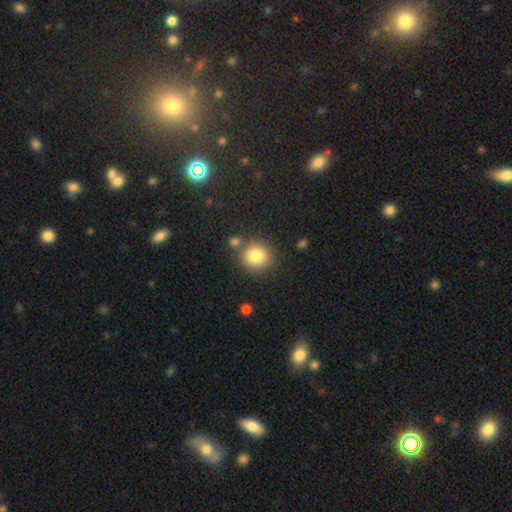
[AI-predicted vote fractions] Q: Smooth or featured?
A: smooth (84%); runner-up: star or artifact (10%)
Q: How rounded?
A: round (85%); runner-up: in between (14%)
Q: Merging?
A: none (74%); runner-up: merger (12%)